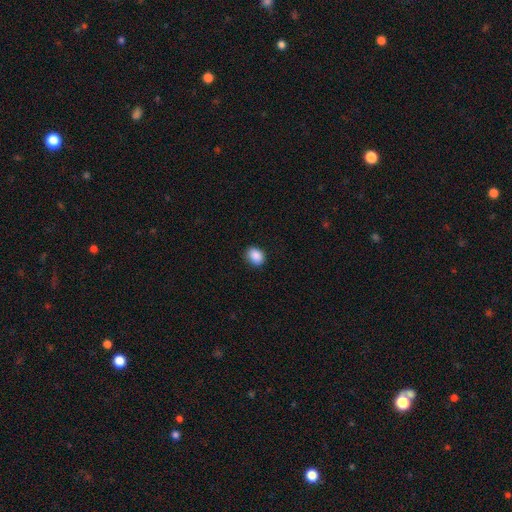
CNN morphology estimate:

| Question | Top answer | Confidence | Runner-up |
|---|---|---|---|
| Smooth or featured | smooth | 89% | star or artifact (8%) |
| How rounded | in between | 61% | round (38%) |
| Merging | none | 88% | minor disturbance (9%) |